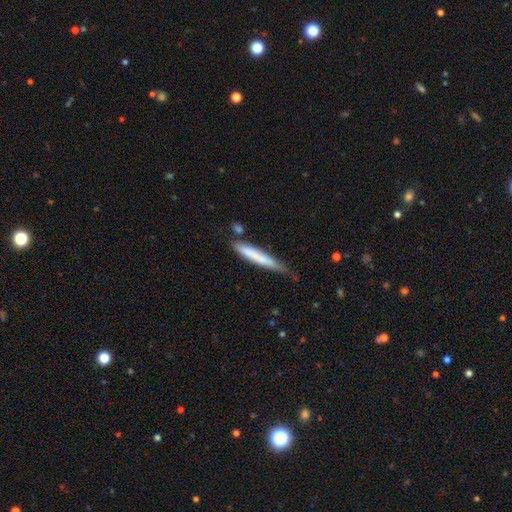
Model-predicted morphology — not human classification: This is likely a smooth galaxy (69%). How rounded: clearly cigar-shaped (93%). Merging: likely none (61%).